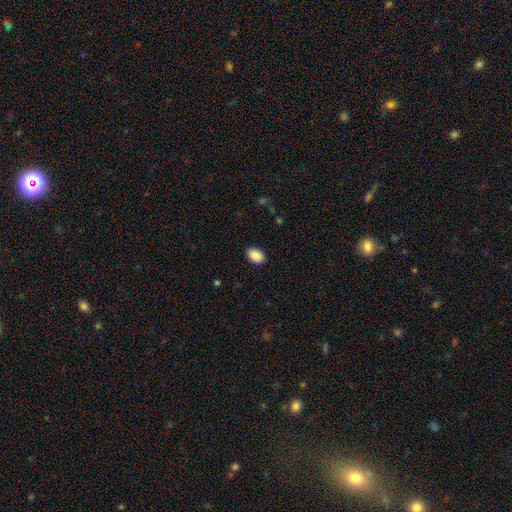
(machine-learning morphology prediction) This is clearly a smooth galaxy (89%). How rounded: clearly in between (85%). Merging: clearly none (89%).